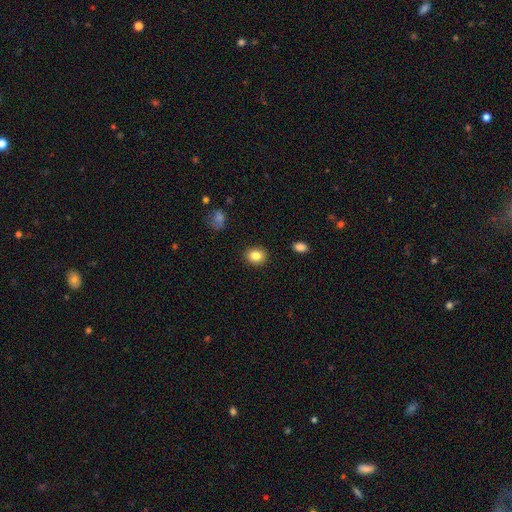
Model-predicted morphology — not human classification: This appears to be a smooth galaxy with no disk features (85%) that is round (60%). Merging: none (90%).